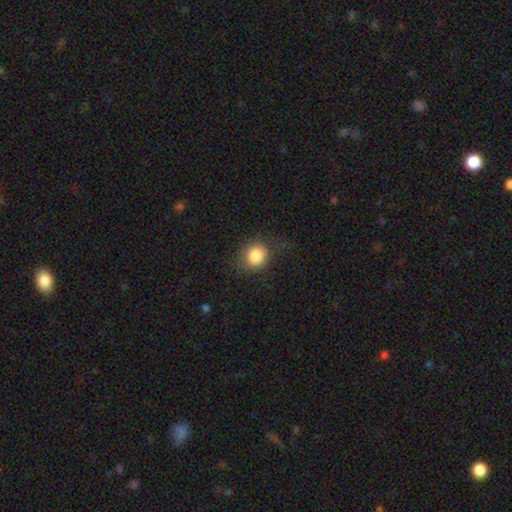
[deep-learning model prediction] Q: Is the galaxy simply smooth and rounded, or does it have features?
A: smooth — 85%.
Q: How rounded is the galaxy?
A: round — 78%.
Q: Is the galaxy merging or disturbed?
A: none — 77%.